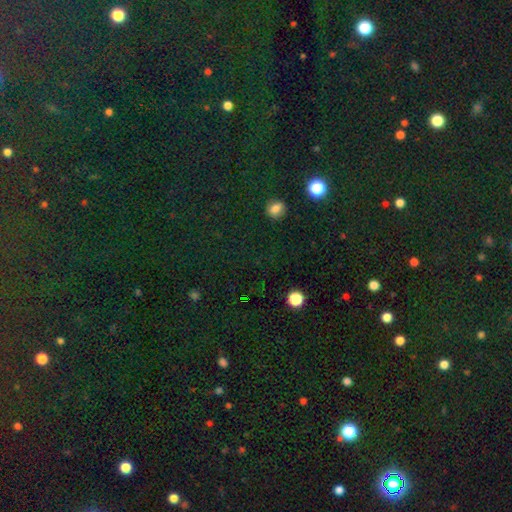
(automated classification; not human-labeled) smooth_or_featured: star or artifact (p=0.73) [alt: smooth p=0.19]